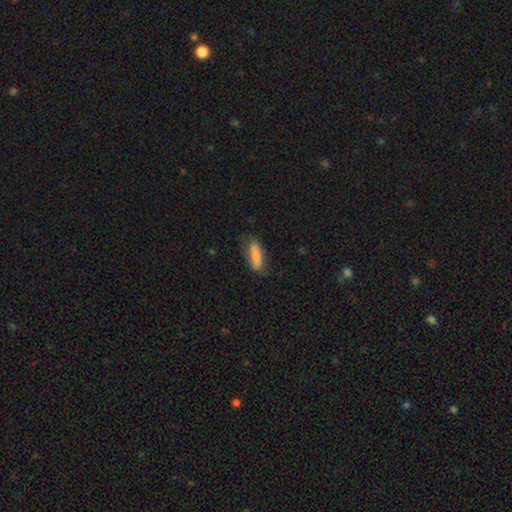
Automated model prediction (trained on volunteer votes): Overall: smooth (82%). How rounded: in between (58%; cigar-shaped 40%). Merging: none (67%).